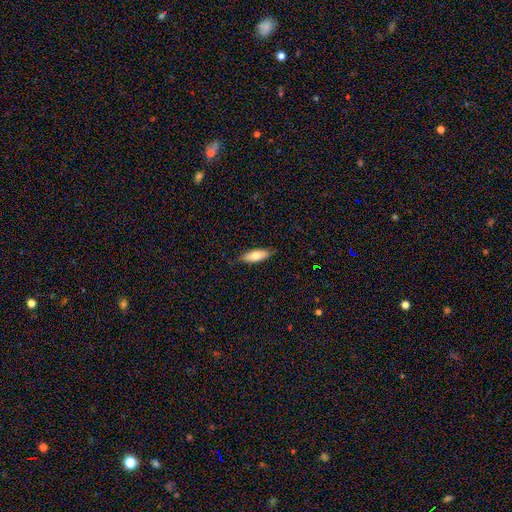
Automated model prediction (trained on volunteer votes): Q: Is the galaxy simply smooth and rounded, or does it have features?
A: smooth — 75%.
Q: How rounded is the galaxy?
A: in between — 66%.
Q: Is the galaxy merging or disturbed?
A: none — 83%.